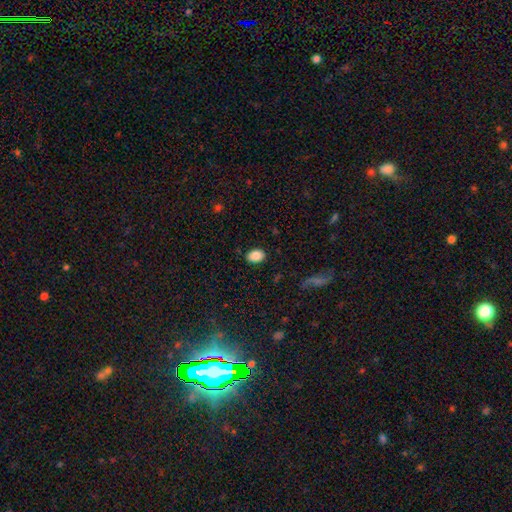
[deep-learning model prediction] Smooth or featured? smooth (87%)
How rounded? in between (82%)
Merging? none (86%)